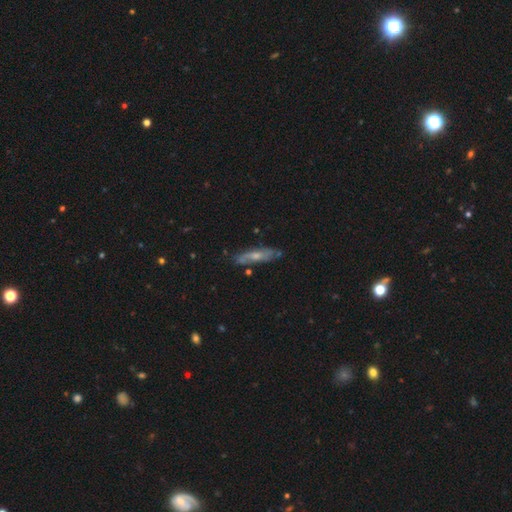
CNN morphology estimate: Overall: featured or disk (59%; smooth 34%). Edge-on disk: yes (51%; no 49%). Merging: none (75%).